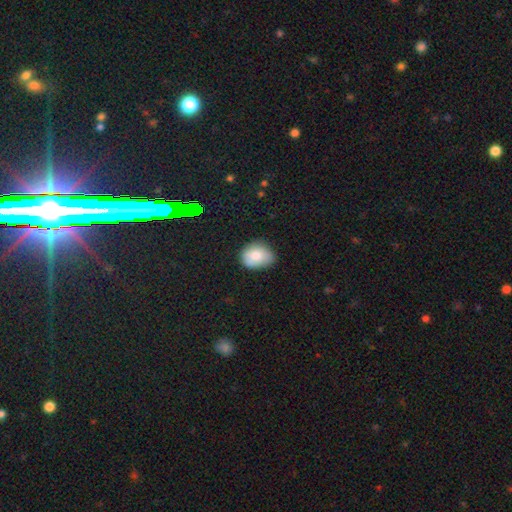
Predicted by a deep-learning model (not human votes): smooth_or_featured: smooth (p=0.78) [alt: featured or disk p=0.14]
how_rounded: in between (p=0.57) [alt: round p=0.42]
merging: none (p=0.64) [alt: minor disturbance p=0.29]